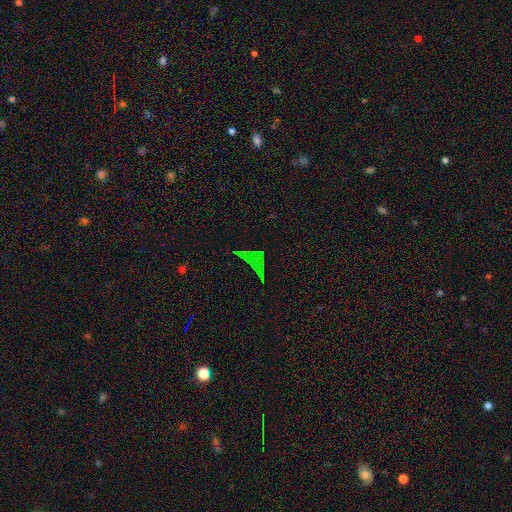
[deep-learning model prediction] Smooth or featured?
  - star or artifact: 61% *
  - smooth: 25%
  - featured or disk: 14%